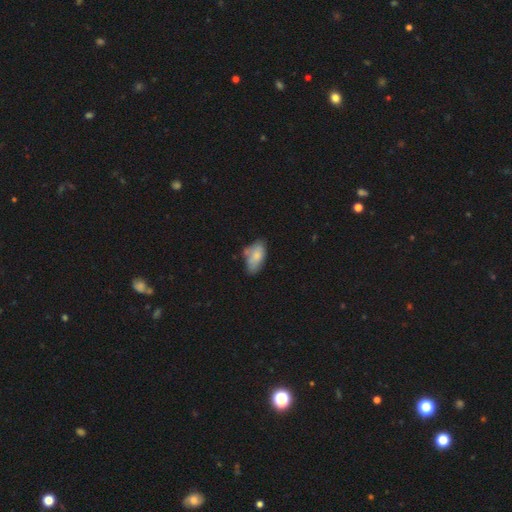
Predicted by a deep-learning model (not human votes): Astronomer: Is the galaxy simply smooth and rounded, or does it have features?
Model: smooth — 72%.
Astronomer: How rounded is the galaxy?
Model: in between — 93%.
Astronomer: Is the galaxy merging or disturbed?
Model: none — 47% (runner-up: minor disturbance, 34%).